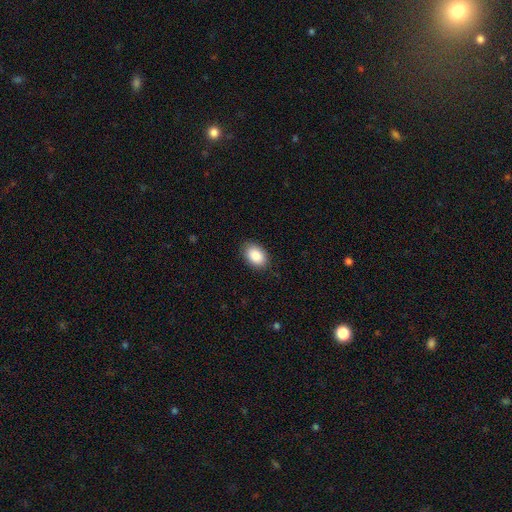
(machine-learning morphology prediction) type=smooth (89%); roundness=in between (87%); merging=none (86%).